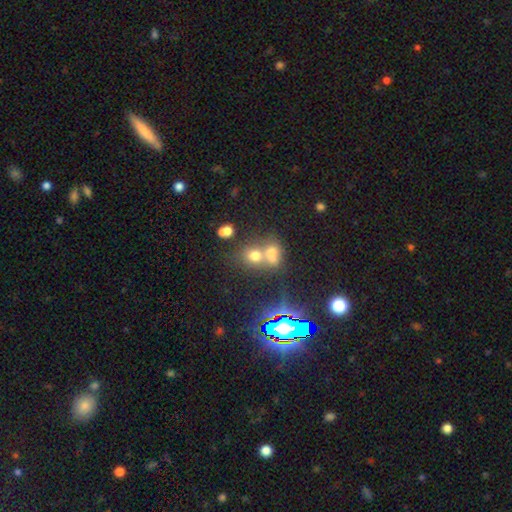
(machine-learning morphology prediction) Smooth or featured? smooth (57%)
How rounded? round (63%)
Merging? merger (57%)